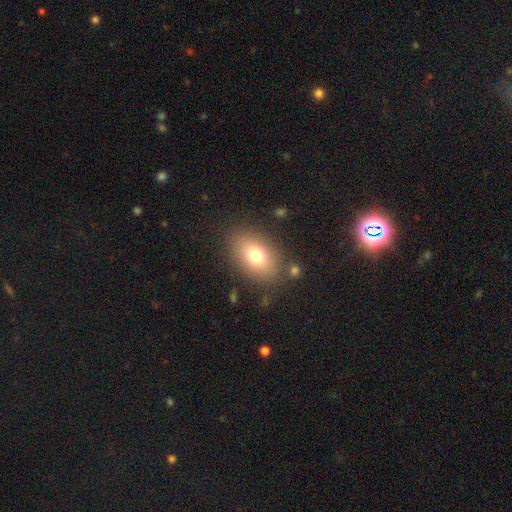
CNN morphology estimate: Overall: smooth (76%). How rounded: in between (82%). Merging: none (82%).